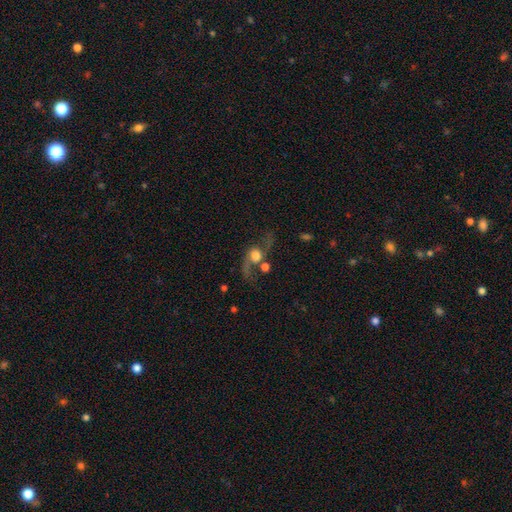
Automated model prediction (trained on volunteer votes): The model was most divided on "bulge size": large: 40%, moderate: 36%, dominant: 10%, small: 10%, none: 4%. Remaining: spiral arm count — 2 (91%); edge-on disk — no (90%); spiral arms — yes (87%); spiral winding — loose (86%); bar — no (74%); smooth or featured — featured or disk (69%); merging — none (48%).